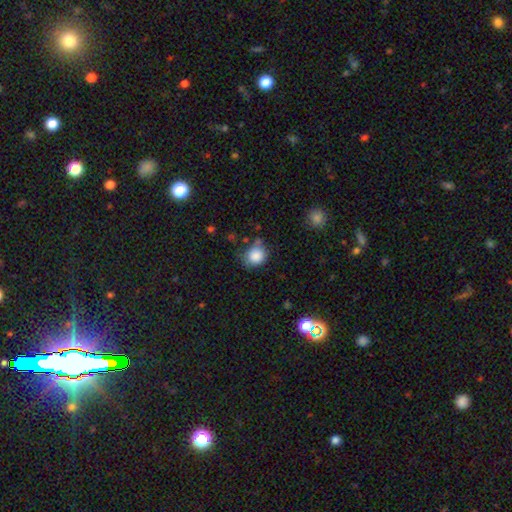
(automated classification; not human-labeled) smooth-or-featured: smooth: 85% | star or artifact: 9% | featured or disk: 5%
  how-rounded: round: 75% | in between: 24% | cigar-shaped: 1%
  merging: none: 59% | minor disturbance: 26% | major disturbance: 8% | merger: 7%